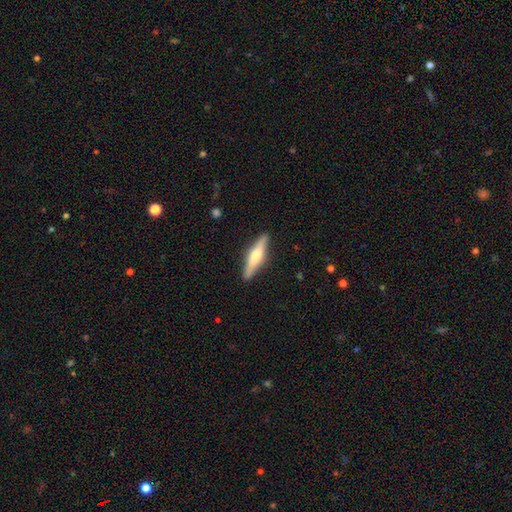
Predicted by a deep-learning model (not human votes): Q: Smooth or featured?
A: featured or disk (52%); runner-up: smooth (42%)
Q: Edge-on disk?
A: yes (95%); runner-up: no (5%)
Q: Merging?
A: none (88%); runner-up: minor disturbance (9%)